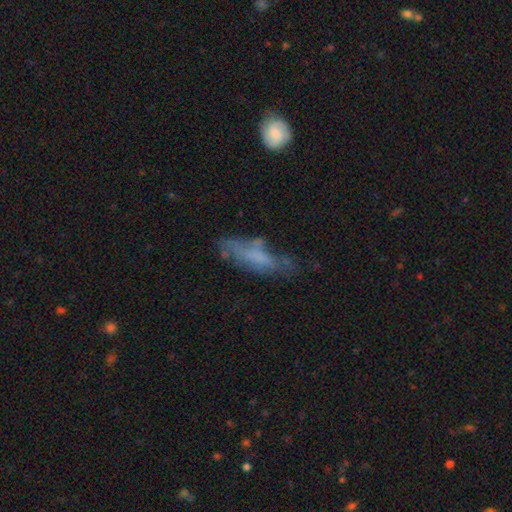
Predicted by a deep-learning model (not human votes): A smooth galaxy with no disk features (51%) that is cigar-shaped (51%).

Vote fractions:
- Smooth or featured? smooth: 51% / featured or disk: 39% / star or artifact: 10%
- How rounded? cigar-shaped: 51% / in between: 47% / round: 2%
- Merging? none: 42% / minor disturbance: 29% / major disturbance: 22% / merger: 7%